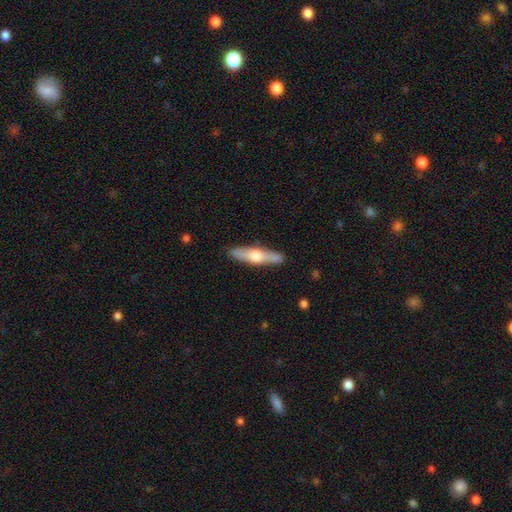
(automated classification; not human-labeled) Smooth or featured? featured or disk (56%)
Edge-on disk? yes (93%)
Edge-on bulge? rounded (92%)
Merging? none (89%)